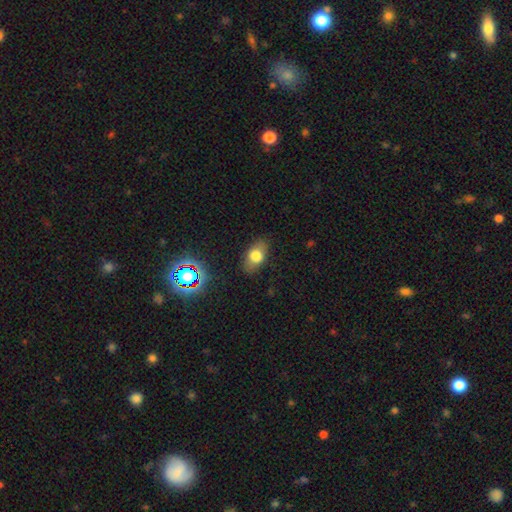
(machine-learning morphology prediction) smooth_or_featured: smooth (p=0.73) [alt: featured or disk p=0.17]
how_rounded: in between (p=0.84) [alt: round p=0.13]
merging: none (p=0.82) [alt: minor disturbance p=0.14]